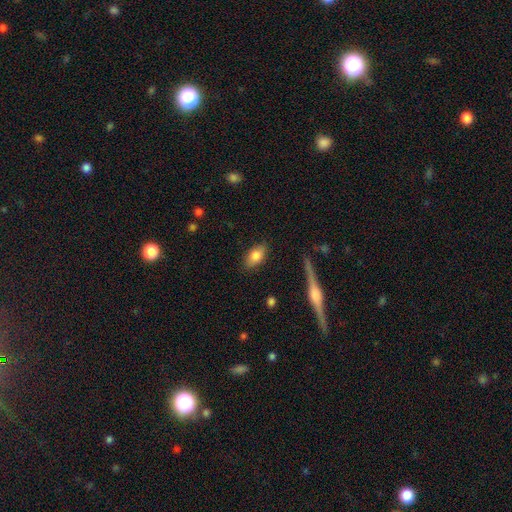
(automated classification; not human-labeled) Morphology: type=smooth (79%); roundness=in between (89%); merging=none (83%).